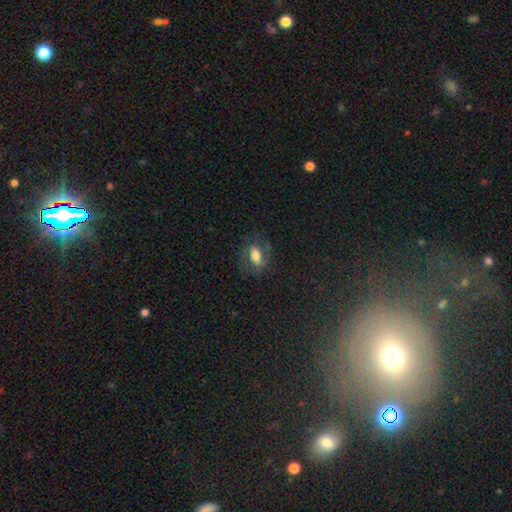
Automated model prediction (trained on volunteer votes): Q: Smooth or featured?
A: featured or disk (48%); runner-up: smooth (39%)
Q: Merging?
A: none (67%); runner-up: minor disturbance (18%)